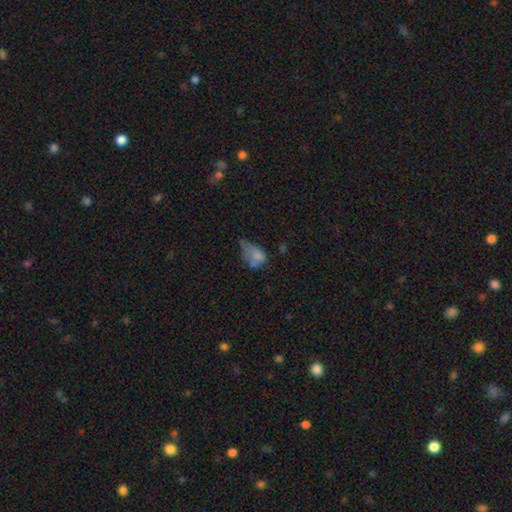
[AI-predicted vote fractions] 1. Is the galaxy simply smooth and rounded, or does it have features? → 68% smooth, 19% featured or disk, 13% star or artifact.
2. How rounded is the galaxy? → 82% in between, 16% round, 3% cigar-shaped.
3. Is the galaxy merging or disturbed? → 36% major disturbance, 32% minor disturbance, 21% none, 11% merger.